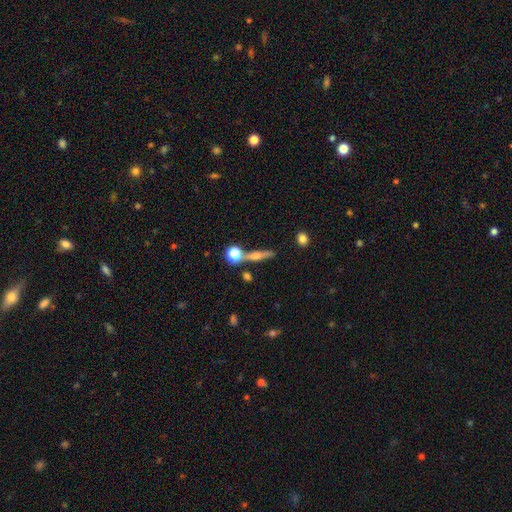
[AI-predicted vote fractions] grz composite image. It shows a featured or disk galaxy (59%) viewed edge-on (93%) with a rounded central bulge (91%). Merging: none (73%).